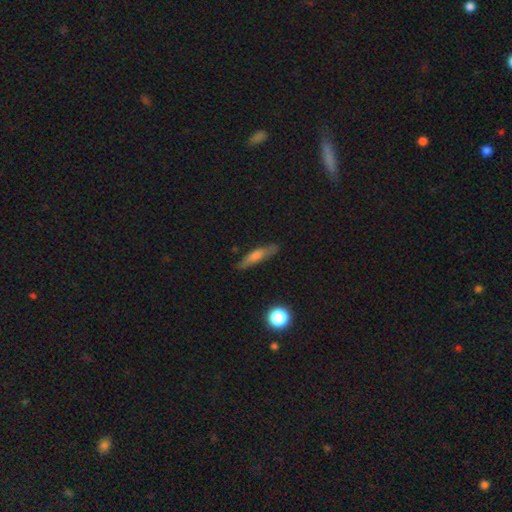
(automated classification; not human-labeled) Smooth or featured?
  - smooth: 57% *
  - featured or disk: 34%
  - star or artifact: 9%
How rounded?
  - cigar-shaped: 80% *
  - in between: 17%
  - round: 3%
Merging?
  - none: 82% *
  - minor disturbance: 13%
  - major disturbance: 3%
  - merger: 2%